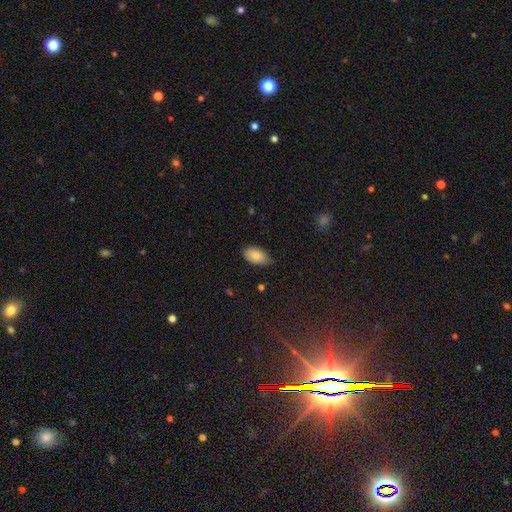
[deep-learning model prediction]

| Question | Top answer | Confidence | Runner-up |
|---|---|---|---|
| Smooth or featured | smooth | 85% | featured or disk (8%) |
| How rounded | in between | 94% | round (4%) |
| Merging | none | 73% | minor disturbance (23%) |